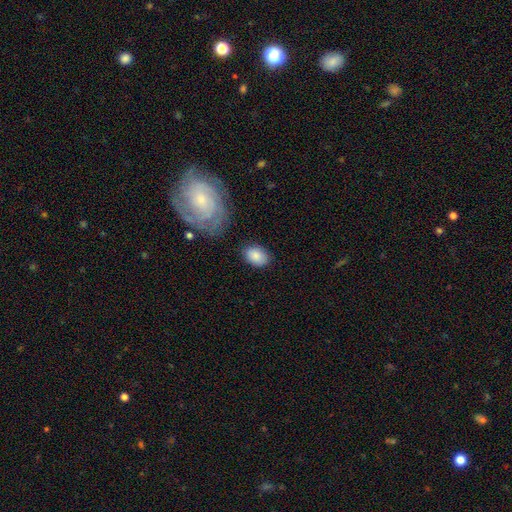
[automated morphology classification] A smooth galaxy with no disk features (85%) that is in between round and cigar-shaped (80%).

Vote fractions:
- Smooth or featured? smooth: 85% / featured or disk: 8% / star or artifact: 7%
- How rounded? in between: 80% / round: 19% / cigar-shaped: 1%
- Merging? none: 80% / minor disturbance: 14% / major disturbance: 4% / merger: 3%